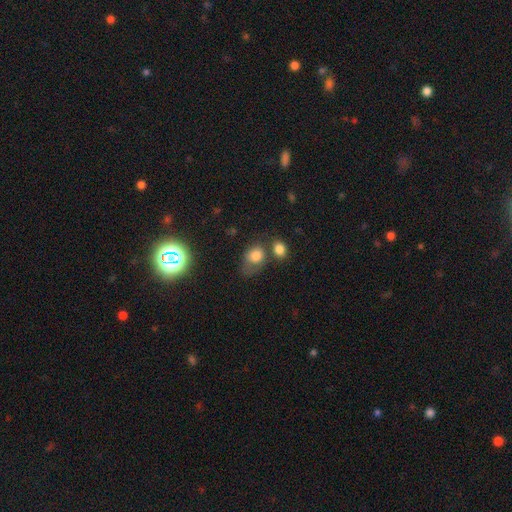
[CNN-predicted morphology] The model was most divided on "merging": none: 41%, merger: 23%, minor disturbance: 23%, major disturbance: 14%. More confident: smooth or featured — smooth (78%); how rounded — in between (59%).